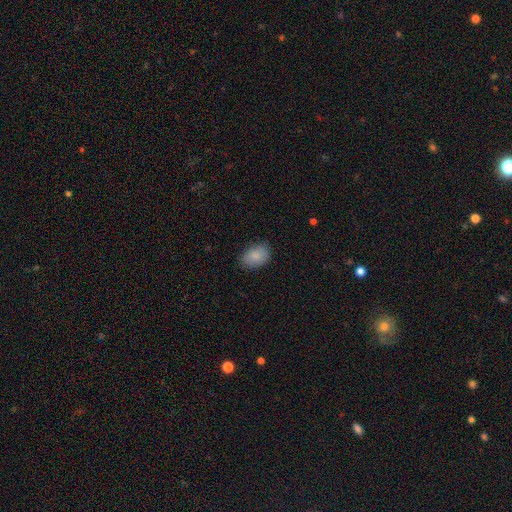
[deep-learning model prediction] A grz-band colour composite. It shows a smooth galaxy with no disk features (87%) that is in between round and cigar-shaped (83%). Merging: none (83%).